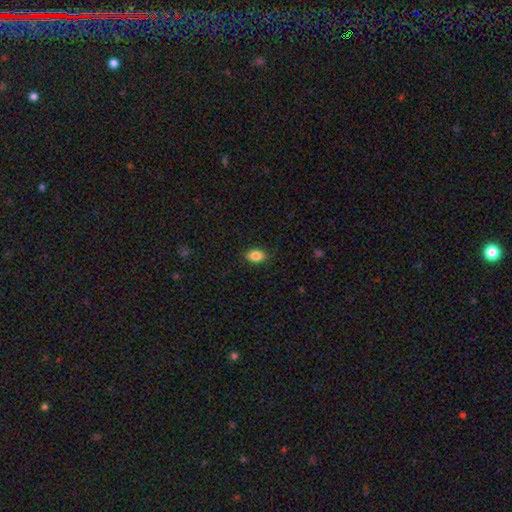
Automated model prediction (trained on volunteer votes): Smooth or featured? smooth (86%)
How rounded? in between (82%)
Merging? none (87%)